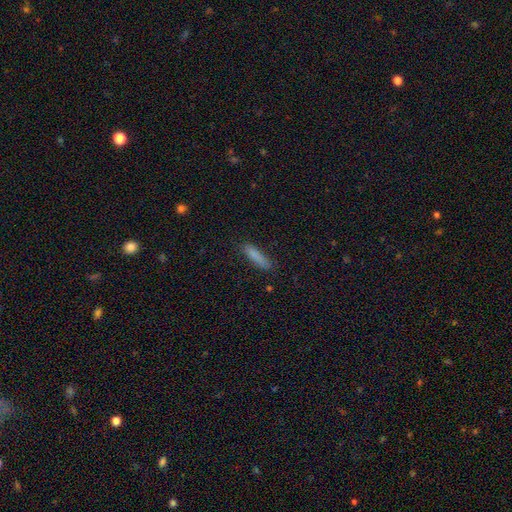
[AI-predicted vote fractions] The model was most divided on "how rounded": cigar-shaped: 79%, in between: 19%, round: 2%. More confident: smooth or featured — smooth (84%); merging — none (82%).